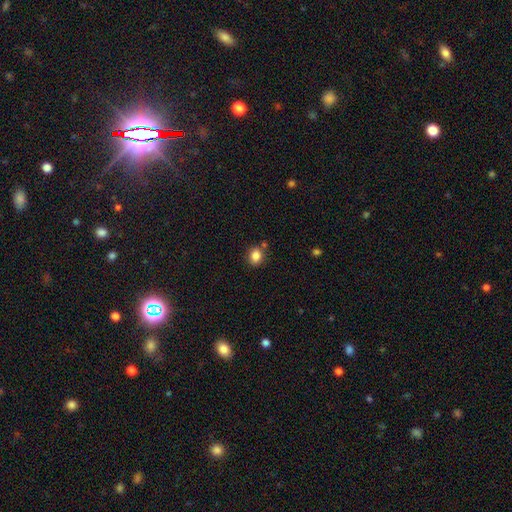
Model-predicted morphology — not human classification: Overall: smooth (84%). How rounded: round (50%; in between 49%). Merging: none (74%).